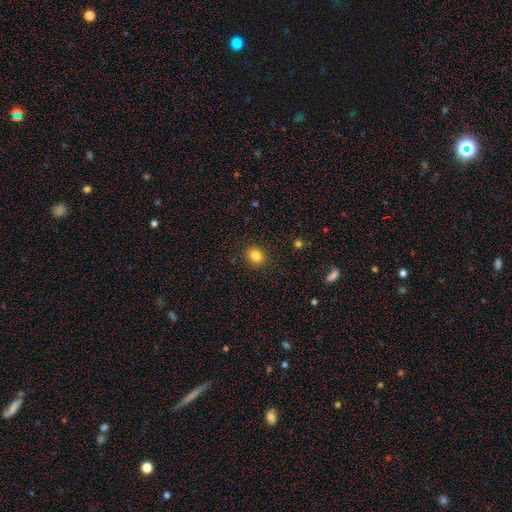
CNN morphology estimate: smooth 83%, star or artifact 11%, featured or disk 6%. Down the decision tree: how rounded — round (71%); merging — none (90%).